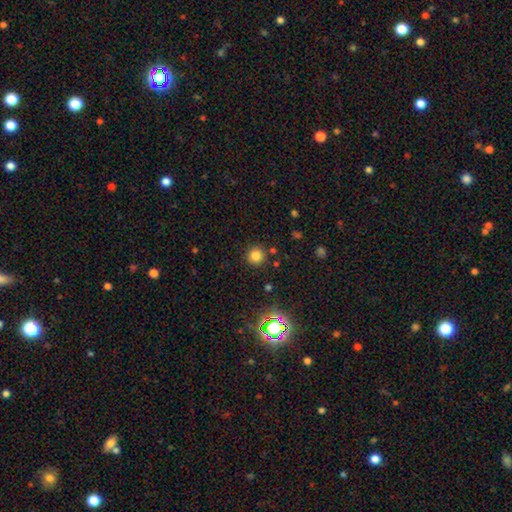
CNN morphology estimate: A smooth galaxy with no disk features (78%) that is round (94%). Merging: none (88%).